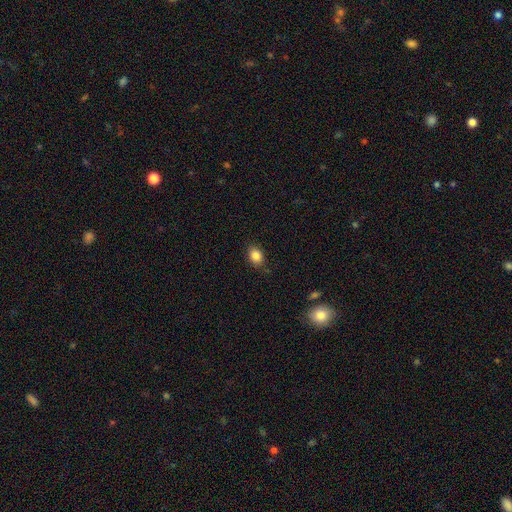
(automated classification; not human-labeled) smooth-or-featured: smooth: 85% | star or artifact: 9% | featured or disk: 6%
  how-rounded: in between: 67% | round: 32% | cigar-shaped: 1%
  merging: none: 83% | minor disturbance: 13% | major disturbance: 3% | merger: 2%